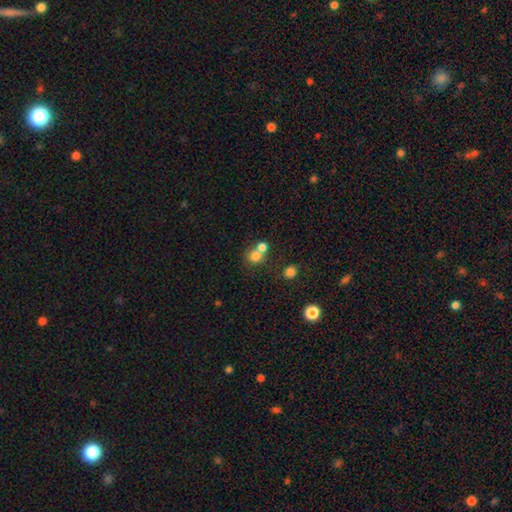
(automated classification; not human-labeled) Q: Smooth or featured?
A: smooth (75%); runner-up: star or artifact (13%)
Q: How rounded?
A: round (82%); runner-up: in between (17%)
Q: Merging?
A: merger (48%); runner-up: none (42%)